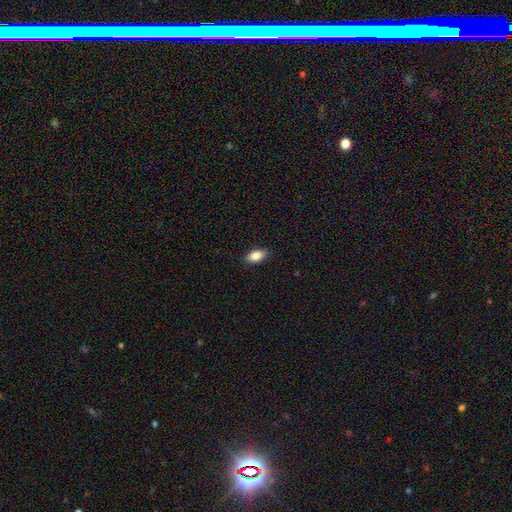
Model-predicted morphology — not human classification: type=smooth (87%); roundness=in between (90%); merging=none (88%).